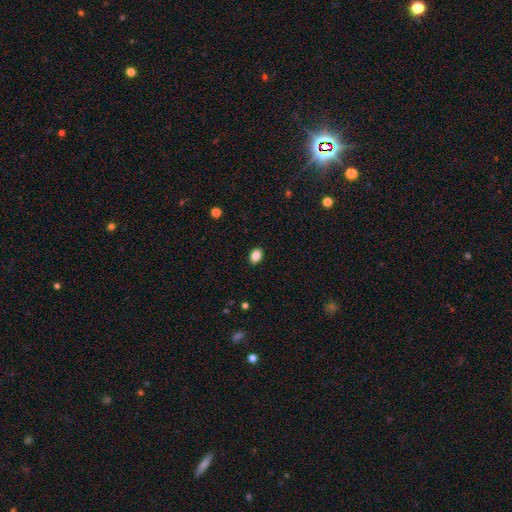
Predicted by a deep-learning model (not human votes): Overall: smooth (86%). How rounded: in between (79%). Merging: none (90%).